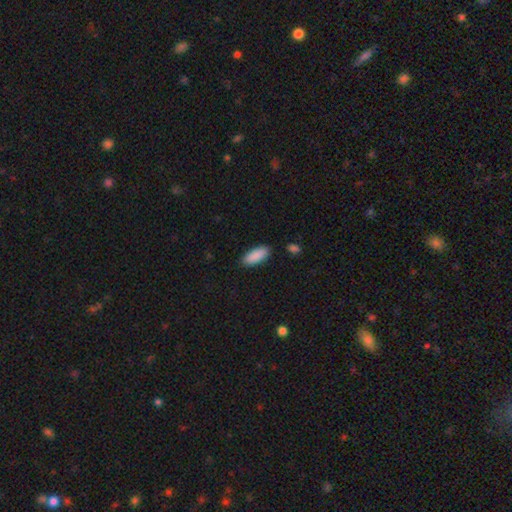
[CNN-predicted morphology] A smooth galaxy with no disk features (90%) that is in between round and cigar-shaped (79%).

Vote fractions:
- Smooth or featured? smooth: 90% / star or artifact: 6% / featured or disk: 4%
- How rounded? in between: 79% / cigar-shaped: 19% / round: 2%
- Merging? none: 87% / minor disturbance: 9% / major disturbance: 2% / merger: 2%